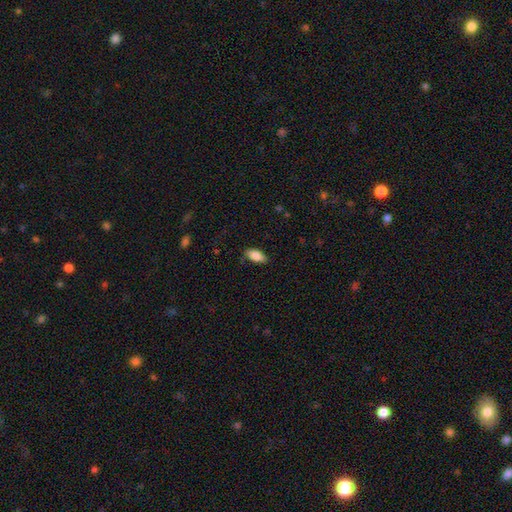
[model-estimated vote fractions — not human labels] This appears to be a smooth galaxy with no disk features (85%) that is in between round and cigar-shaped (89%). Merging: none (79%).